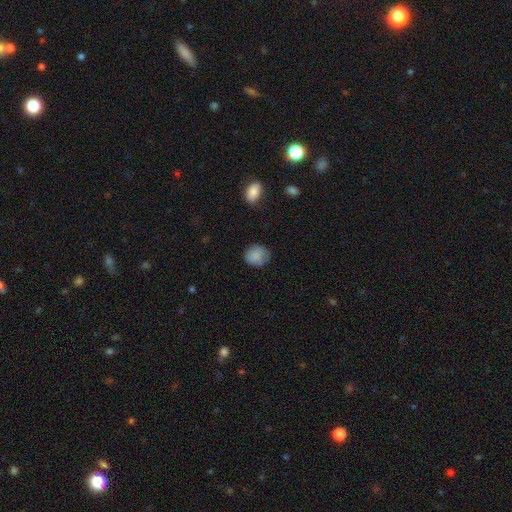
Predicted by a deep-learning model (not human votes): smooth 87%, star or artifact 8%, featured or disk 5%. Down the decision tree: how rounded — round (79%); merging — none (77%).